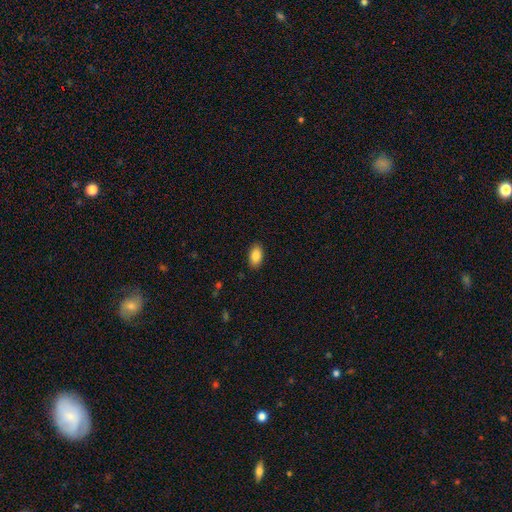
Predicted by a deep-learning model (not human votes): The model was most divided on "smooth or featured": smooth: 87%, star or artifact: 7%, featured or disk: 6%. More confident: how rounded — in between (93%); merging — none (89%).